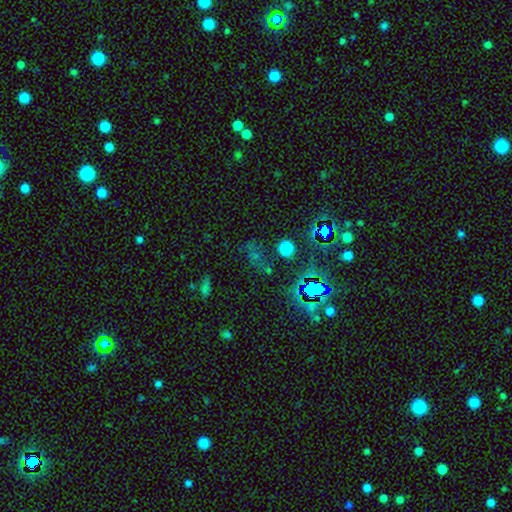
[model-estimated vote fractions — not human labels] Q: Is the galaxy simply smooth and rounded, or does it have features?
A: star or artifact — 61%.